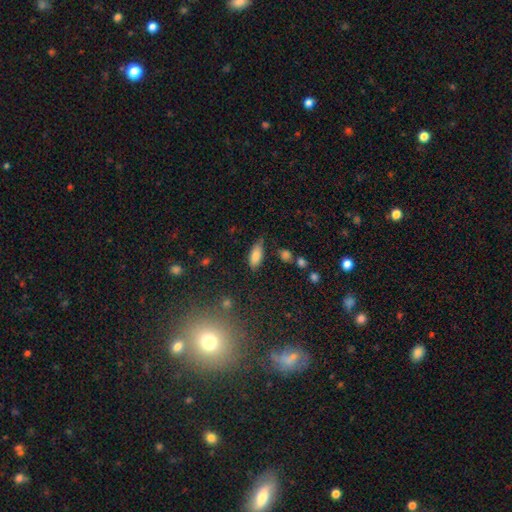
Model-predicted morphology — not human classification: type=smooth (83%); roundness=in between (82%); merging=none (69%).